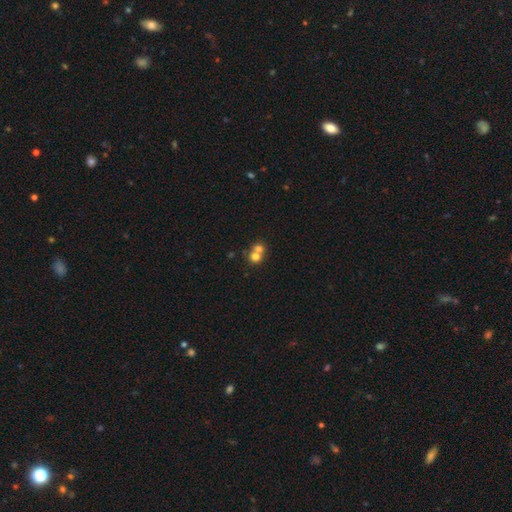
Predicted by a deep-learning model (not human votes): Morphology: type=smooth (71%); roundness=round (81%); merging=merger (62%).